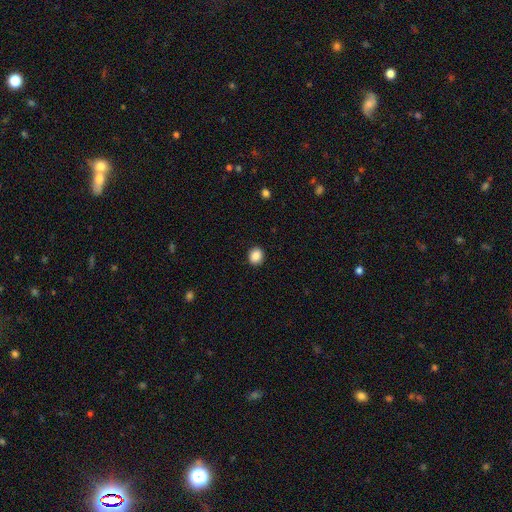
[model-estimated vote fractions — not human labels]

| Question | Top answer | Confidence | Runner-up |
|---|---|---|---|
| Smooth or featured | smooth | 88% | star or artifact (9%) |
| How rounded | round | 69% | in between (30%) |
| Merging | none | 91% | minor disturbance (6%) |